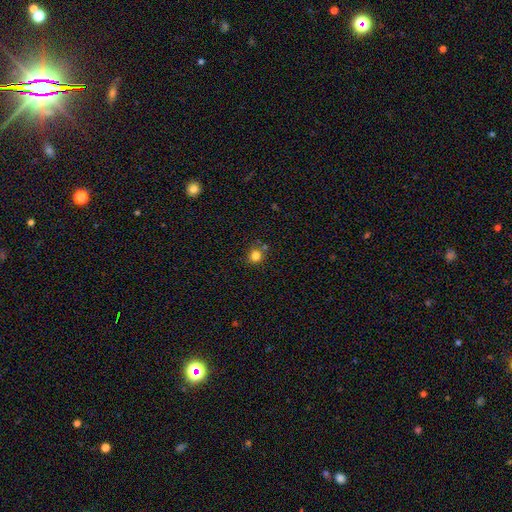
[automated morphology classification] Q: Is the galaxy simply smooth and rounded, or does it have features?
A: smooth — 81%.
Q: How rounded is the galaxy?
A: round — 86%.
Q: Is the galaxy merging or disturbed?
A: none — 72%.